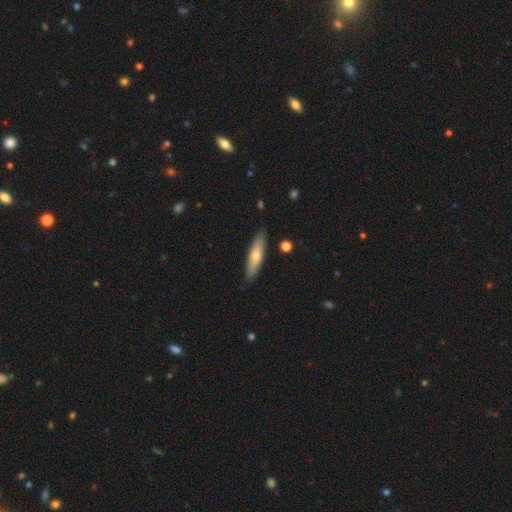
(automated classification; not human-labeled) Smooth or featured? smooth (63%)
How rounded? cigar-shaped (70%)
Merging? none (87%)